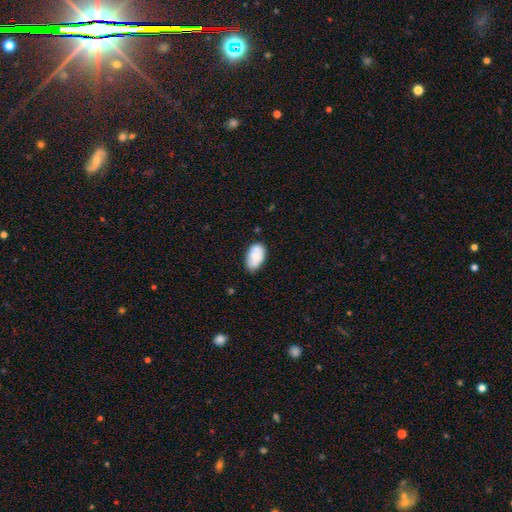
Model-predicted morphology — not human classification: Smooth or featured? Predicted: smooth (p=0.80). How rounded? Predicted: in between (p=0.93). Merging? Predicted: none (p=0.65).